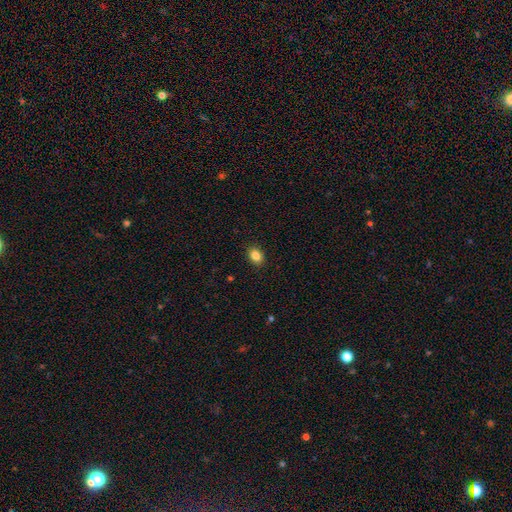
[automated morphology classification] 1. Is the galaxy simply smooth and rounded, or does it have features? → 85% smooth, 10% star or artifact, 6% featured or disk.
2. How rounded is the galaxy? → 64% in between, 35% round, 1% cigar-shaped.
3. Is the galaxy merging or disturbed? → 90% none, 7% minor disturbance, 2% major disturbance, 1% merger.